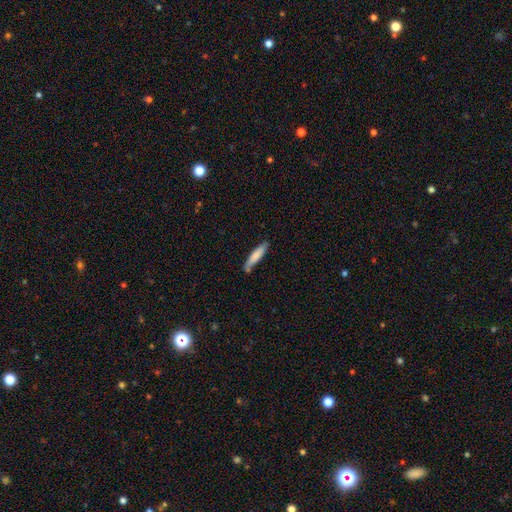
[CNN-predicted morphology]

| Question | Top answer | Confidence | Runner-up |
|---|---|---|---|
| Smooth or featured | smooth | 77% | featured or disk (18%) |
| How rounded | cigar-shaped | 83% | in between (16%) |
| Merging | none | 71% | minor disturbance (19%) |